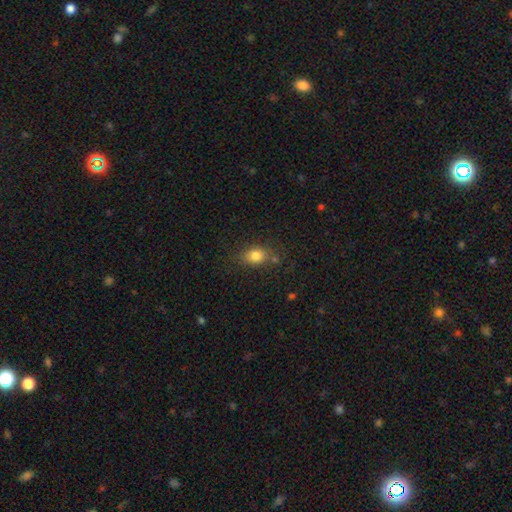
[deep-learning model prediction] Smooth or featured? smooth (80%)
How rounded? in between (61%)
Merging? none (71%)